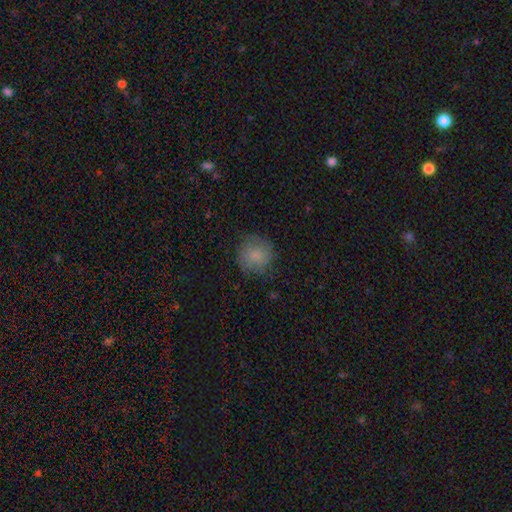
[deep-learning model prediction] Smooth or featured? smooth (79%)
How rounded? round (91%)
Merging? none (75%)